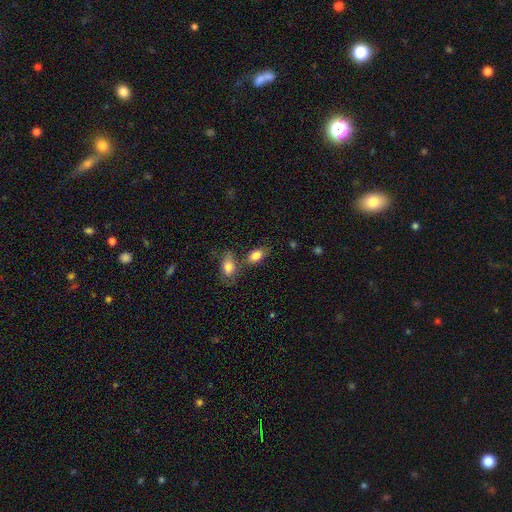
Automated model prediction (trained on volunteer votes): Smooth or featured?
  - smooth: 83% *
  - featured or disk: 10%
  - star or artifact: 8%
How rounded?
  - in between: 89% *
  - round: 8%
  - cigar-shaped: 4%
Merging?
  - none: 60% *
  - merger: 22%
  - minor disturbance: 14%
  - major disturbance: 4%